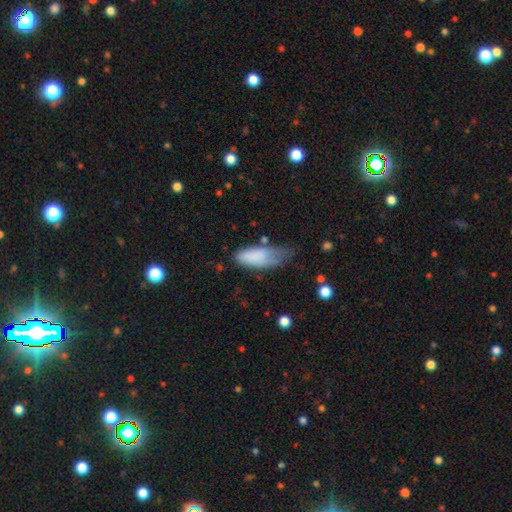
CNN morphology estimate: A smooth galaxy with no disk features (81%) that is in between round and cigar-shaped (78%).

Vote fractions:
- Smooth or featured? smooth: 81% / featured or disk: 12% / star or artifact: 7%
- How rounded? in between: 78% / cigar-shaped: 20% / round: 2%
- Merging? minor disturbance: 45% / none: 28% / major disturbance: 23% / merger: 4%